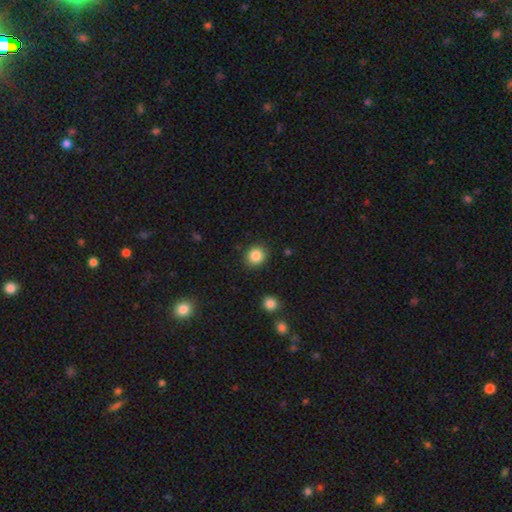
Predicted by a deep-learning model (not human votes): smooth_or_featured: smooth (p=0.85) [alt: star or artifact p=0.10]
how_rounded: round (p=0.83) [alt: in between p=0.16]
merging: none (p=0.89) [alt: minor disturbance p=0.07]